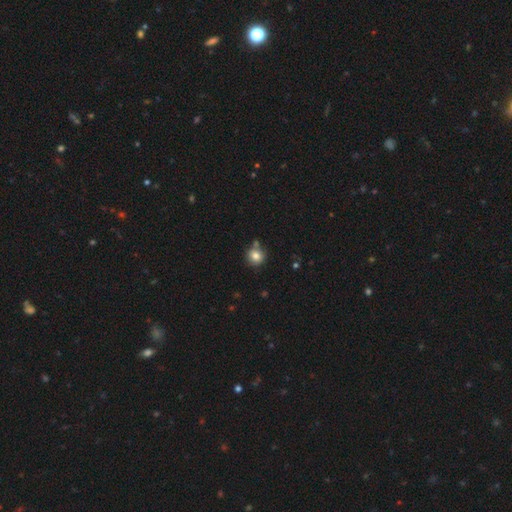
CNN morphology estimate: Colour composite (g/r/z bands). It shows a smooth galaxy with no disk features (81%) that is round (91%). Merging: none (72%).